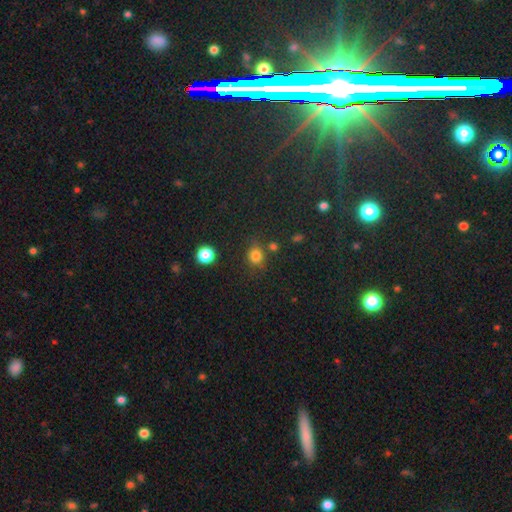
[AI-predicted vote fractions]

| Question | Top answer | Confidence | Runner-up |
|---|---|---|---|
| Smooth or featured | smooth | 79% | star or artifact (15%) |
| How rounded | round | 78% | in between (20%) |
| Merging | none | 73% | minor disturbance (14%) |